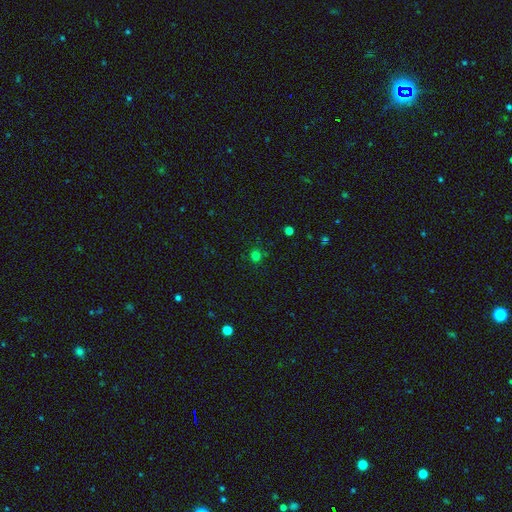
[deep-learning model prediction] smooth 73%, star or artifact 23%, featured or disk 5%. Down the decision tree: how rounded — round (90%); merging — none (86%).